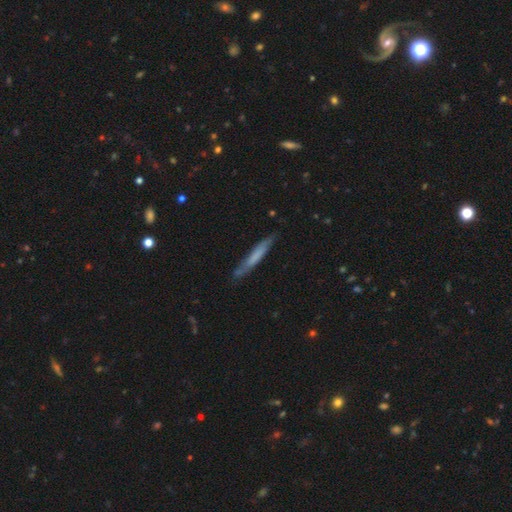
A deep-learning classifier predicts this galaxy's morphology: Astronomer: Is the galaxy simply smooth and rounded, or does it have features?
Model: smooth — 58% (runner-up: featured or disk, 36%).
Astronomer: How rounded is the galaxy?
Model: cigar-shaped — 94%.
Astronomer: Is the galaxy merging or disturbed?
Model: none — 76%.